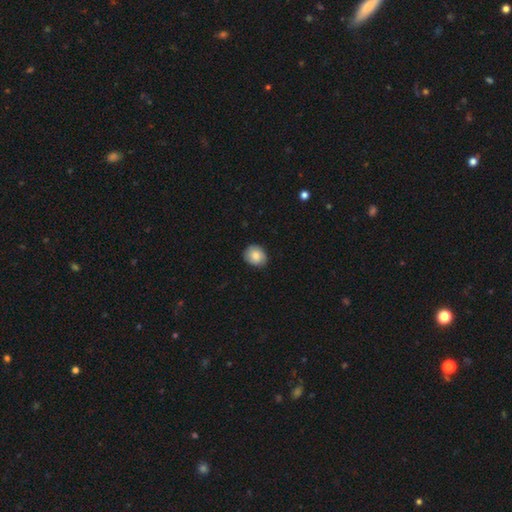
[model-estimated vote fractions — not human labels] Smooth or featured?
  - smooth: 78% *
  - featured or disk: 14%
  - star or artifact: 7%
How rounded?
  - round: 61% *
  - in between: 38%
  - cigar-shaped: 1%
Merging?
  - none: 83% *
  - minor disturbance: 14%
  - major disturbance: 2%
  - merger: 1%